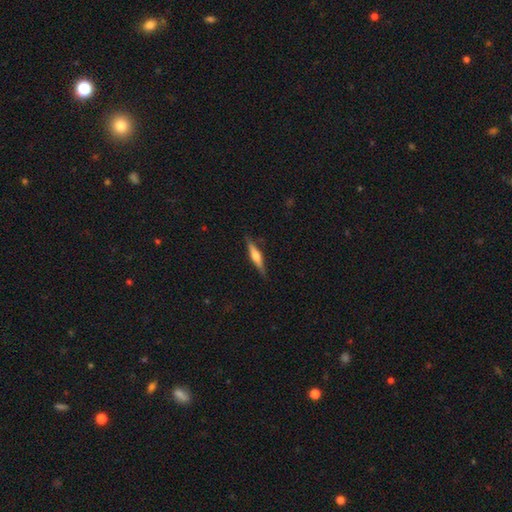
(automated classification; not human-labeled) featured or disk 61%, smooth 34%, star or artifact 6%. Down the decision tree: edge-on disk — yes (97%); edge-on bulge — rounded (87%); merging — none (88%).